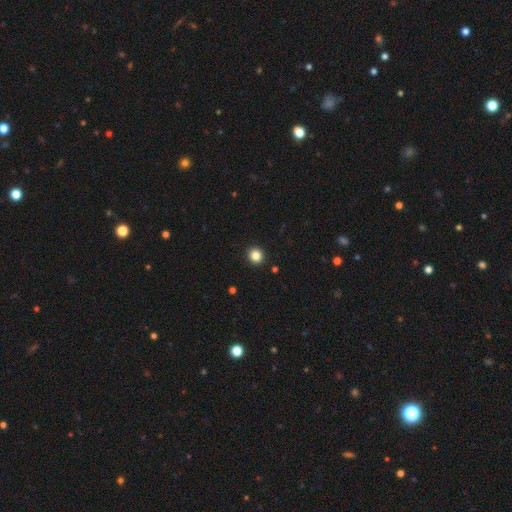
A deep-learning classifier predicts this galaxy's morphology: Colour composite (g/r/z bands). It shows a smooth galaxy with no disk features (84%) that is round (90%). Merging: none (93%).